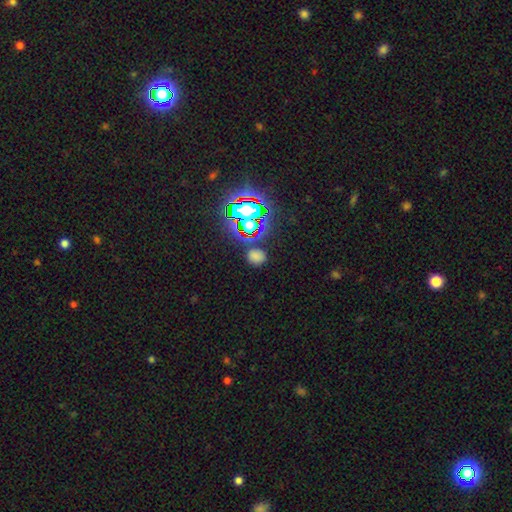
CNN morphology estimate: Overall: smooth (61%; star or artifact 32%). How rounded: round (63%; in between 35%). Merging: none (78%).